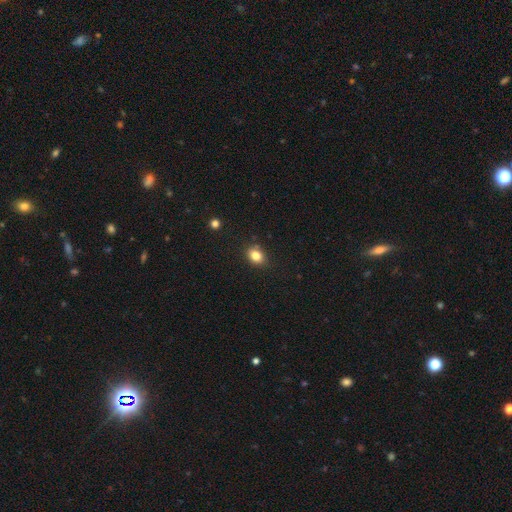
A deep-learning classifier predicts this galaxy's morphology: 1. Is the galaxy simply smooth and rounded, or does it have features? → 83% smooth, 11% star or artifact, 6% featured or disk.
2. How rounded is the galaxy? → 53% in between, 46% round, 1% cigar-shaped.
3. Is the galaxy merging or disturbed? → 83% none, 13% minor disturbance, 3% major disturbance, 2% merger.